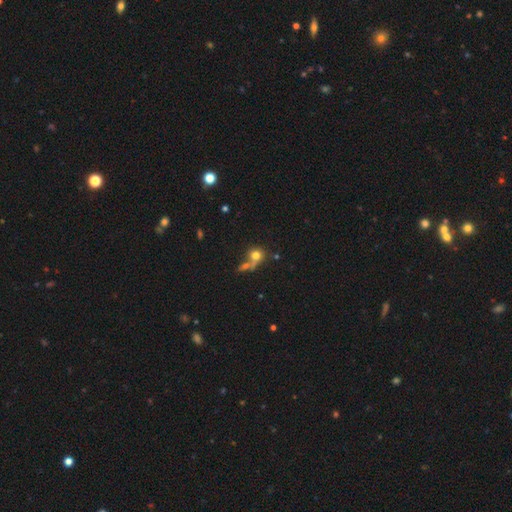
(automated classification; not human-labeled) A smooth galaxy with no disk features (71%) that is round (81%). Merging: merger (40%, tied with none).